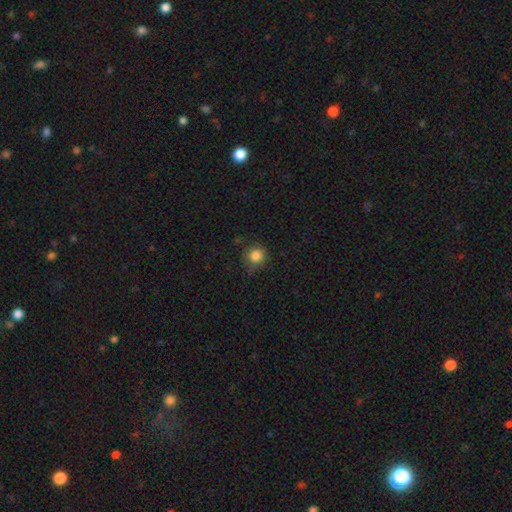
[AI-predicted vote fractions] Morphology: type=smooth (84%); roundness=round (91%); merging=none (72%).